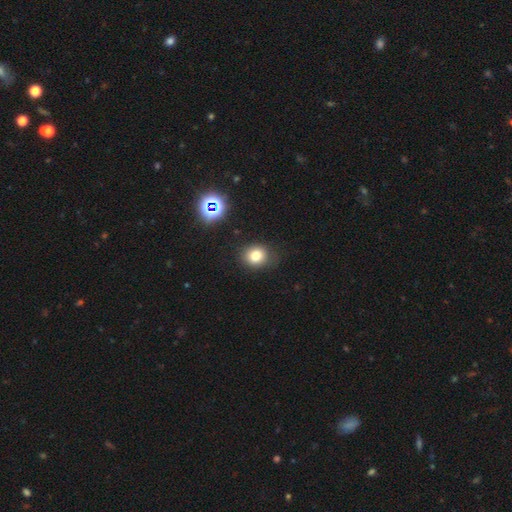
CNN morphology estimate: Q: Smooth or featured?
A: smooth (77%); runner-up: star or artifact (15%)
Q: How rounded?
A: round (73%); runner-up: in between (26%)
Q: Merging?
A: none (82%); runner-up: minor disturbance (13%)